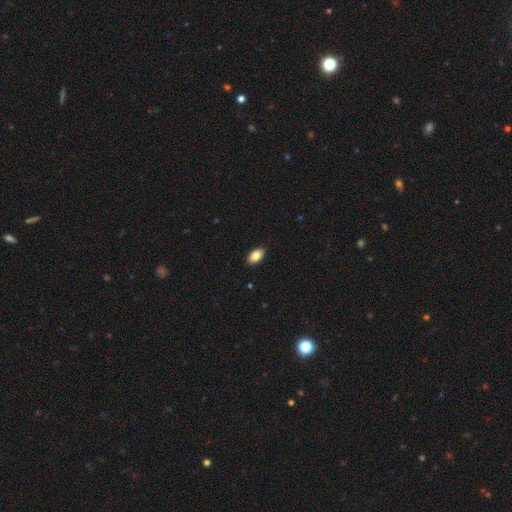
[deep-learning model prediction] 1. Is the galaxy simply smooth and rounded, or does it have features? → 86% smooth, 7% star or artifact, 7% featured or disk.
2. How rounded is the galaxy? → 93% in between, 5% round, 2% cigar-shaped.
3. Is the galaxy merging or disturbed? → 90% none, 8% minor disturbance, 2% major disturbance, 1% merger.